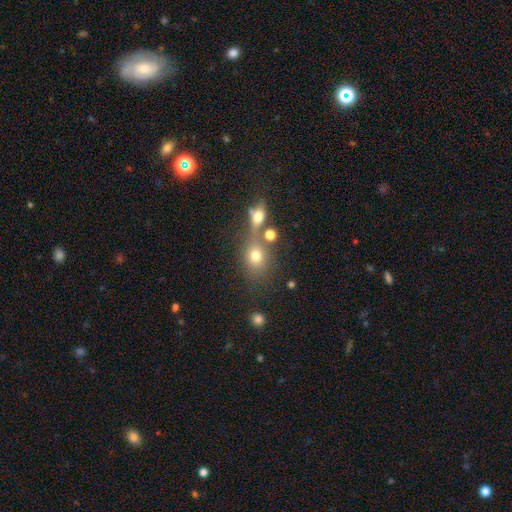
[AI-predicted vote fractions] A smooth galaxy with no disk features (72%) that is round (57%).

Vote fractions:
- Smooth or featured? smooth: 72% / star or artifact: 14% / featured or disk: 14%
- How rounded? round: 57% / in between: 40% / cigar-shaped: 3%
- Merging? none: 49% / merger: 31% / minor disturbance: 12% / major disturbance: 8%